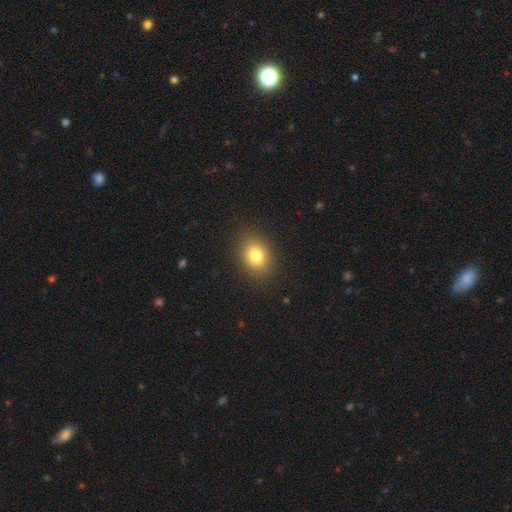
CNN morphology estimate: smooth 81%, star or artifact 11%, featured or disk 9%. Down the decision tree: how rounded — in between (54%); merging — none (88%).